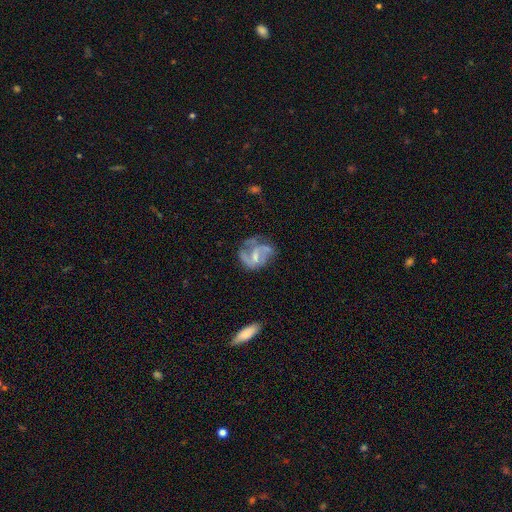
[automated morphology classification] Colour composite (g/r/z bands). It shows a featured or disk galaxy (80%) with a weak bar (51%), 2 (69%) medium (48%) spiral arms (88%) and a small central bulge (50%). Merging: none (50%).